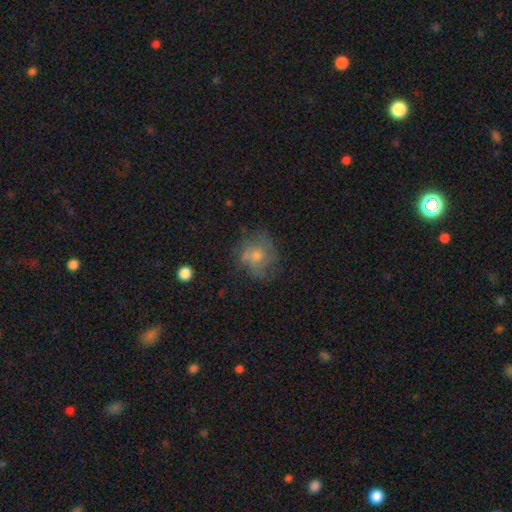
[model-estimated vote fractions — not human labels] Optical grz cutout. It shows a featured or disk galaxy (44%, tied with smooth). Merging: none (61%).